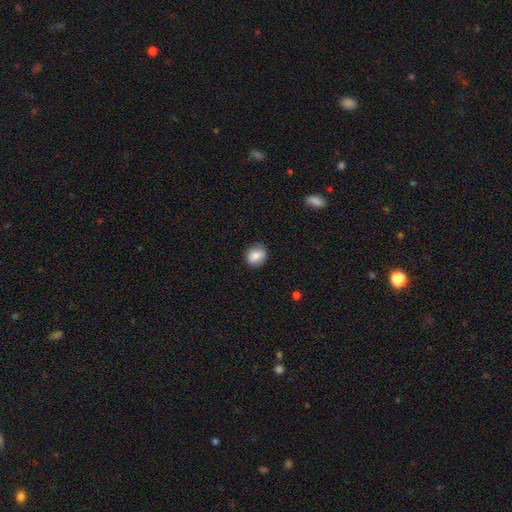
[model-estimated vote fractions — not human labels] smooth 82%, featured or disk 9%, star or artifact 8%. Down the decision tree: how rounded — round (75%); merging — none (87%).